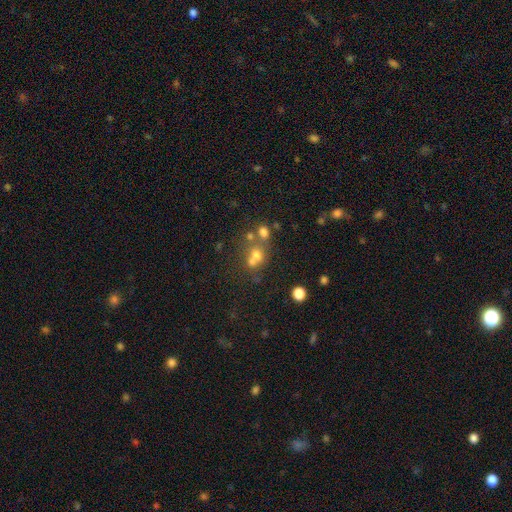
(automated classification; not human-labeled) Smooth or featured: smooth — 55% (star or artifact — 23%)
How rounded: round — 76% (in between — 23%)
Merging: merger — 47% (none — 39%)